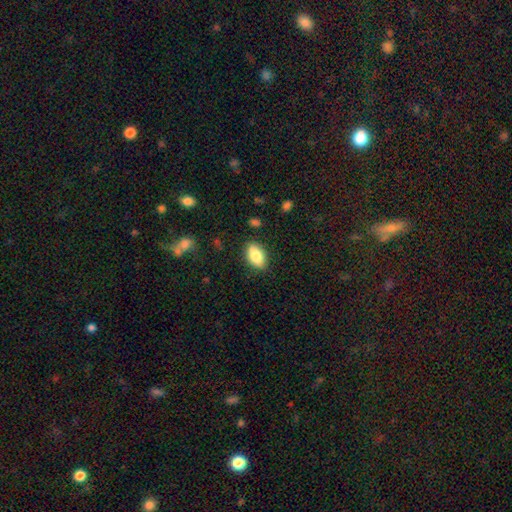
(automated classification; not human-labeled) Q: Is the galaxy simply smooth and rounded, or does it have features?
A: smooth — 83%.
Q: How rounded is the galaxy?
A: in between — 91%.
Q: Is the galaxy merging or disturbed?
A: none — 86%.